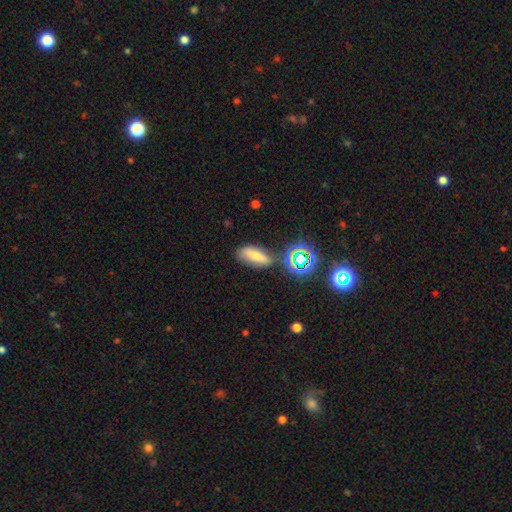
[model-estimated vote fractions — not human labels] This appears to be a smooth galaxy with no disk features (60%) that is in between round and cigar-shaped (68%). Merging: none (67%).